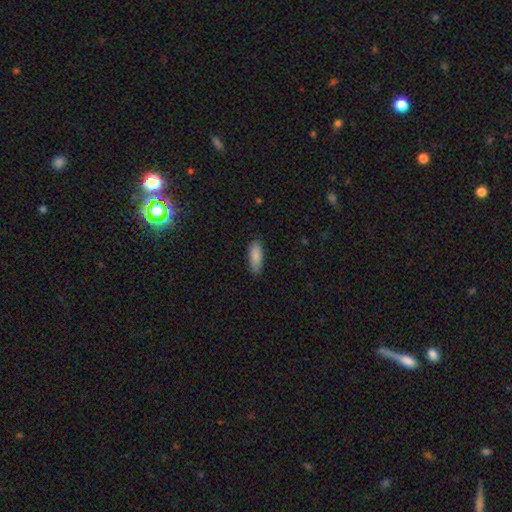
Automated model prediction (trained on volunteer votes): smooth_or_featured: smooth (p=0.86) [alt: featured or disk p=0.08]
how_rounded: in between (p=0.72) [alt: cigar-shaped p=0.26]
merging: none (p=0.83) [alt: minor disturbance p=0.13]